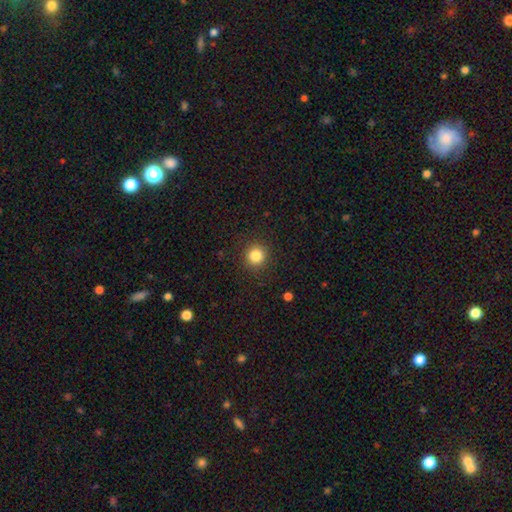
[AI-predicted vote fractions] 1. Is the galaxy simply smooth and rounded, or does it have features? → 83% smooth, 11% star or artifact, 5% featured or disk.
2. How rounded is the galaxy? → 93% round, 6% in between, 1% cigar-shaped.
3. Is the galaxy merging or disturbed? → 91% none, 6% minor disturbance, 2% major disturbance, 1% merger.